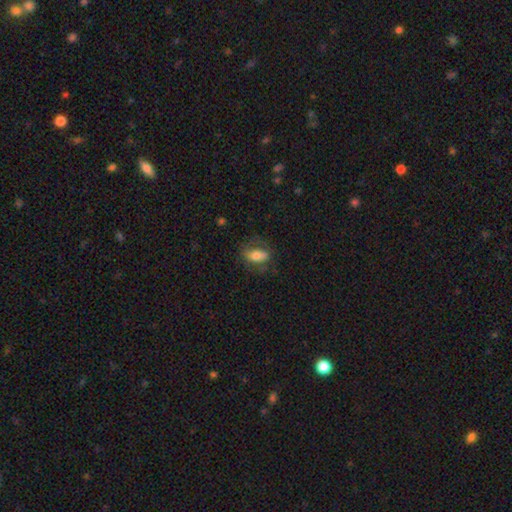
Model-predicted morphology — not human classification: smooth_or_featured: smooth (p=0.67) [alt: featured or disk p=0.25]
how_rounded: in between (p=0.85) [alt: round p=0.08]
merging: none (p=0.61) [alt: minor disturbance p=0.22]